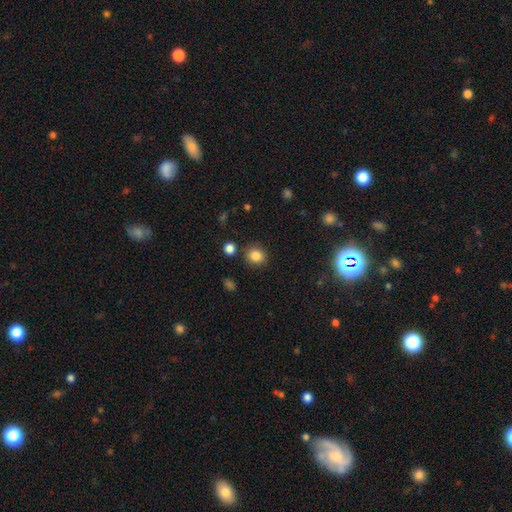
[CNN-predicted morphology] This is clearly a smooth galaxy (84%). How rounded: likely round (77%). Merging: clearly none (85%).